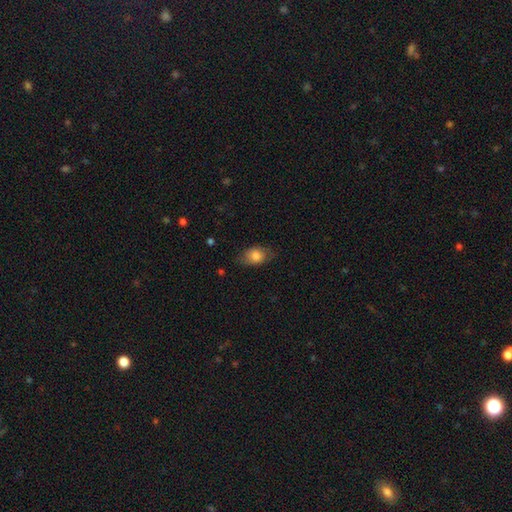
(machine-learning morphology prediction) Q: Smooth or featured?
A: smooth (79%); runner-up: featured or disk (13%)
Q: How rounded?
A: in between (80%); runner-up: round (18%)
Q: Merging?
A: none (72%); runner-up: minor disturbance (21%)